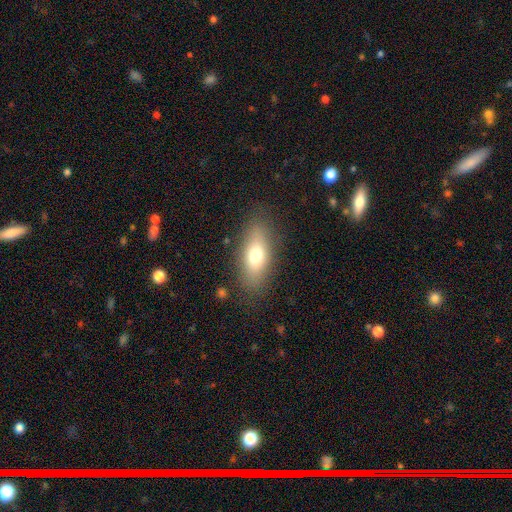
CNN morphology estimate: Overall: smooth (71%). How rounded: in between (77%). Merging: none (83%).